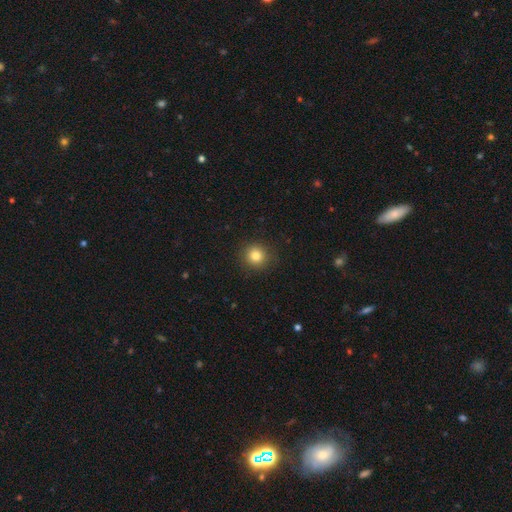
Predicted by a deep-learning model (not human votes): This is clearly a smooth galaxy (82%). How rounded: clearly round (92%). Merging: clearly none (90%).